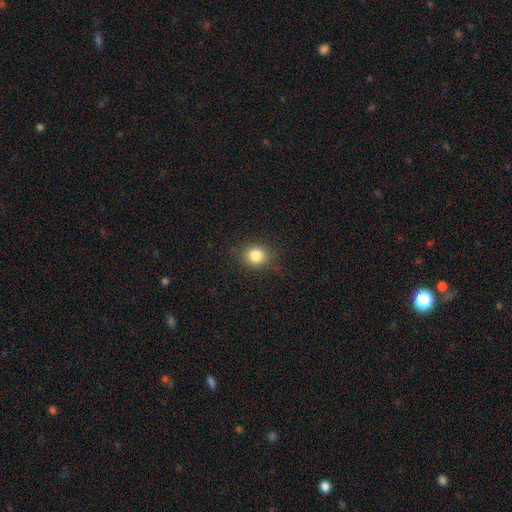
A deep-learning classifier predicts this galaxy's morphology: Smooth or featured: smooth — 82% (star or artifact — 12%)
How rounded: round — 79% (in between — 20%)
Merging: none — 85% (minor disturbance — 10%)